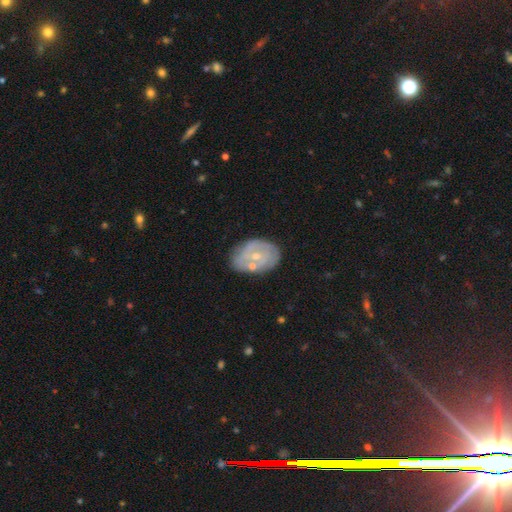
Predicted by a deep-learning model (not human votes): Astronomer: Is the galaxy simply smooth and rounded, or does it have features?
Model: featured or disk — 61%.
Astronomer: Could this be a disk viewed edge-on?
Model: no — 96%.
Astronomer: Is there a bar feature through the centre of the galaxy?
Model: no — 74%.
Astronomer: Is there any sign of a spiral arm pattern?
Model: yes — 53% (runner-up: no, 47%).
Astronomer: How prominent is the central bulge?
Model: small — 65%.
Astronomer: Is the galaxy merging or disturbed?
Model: none — 65%.